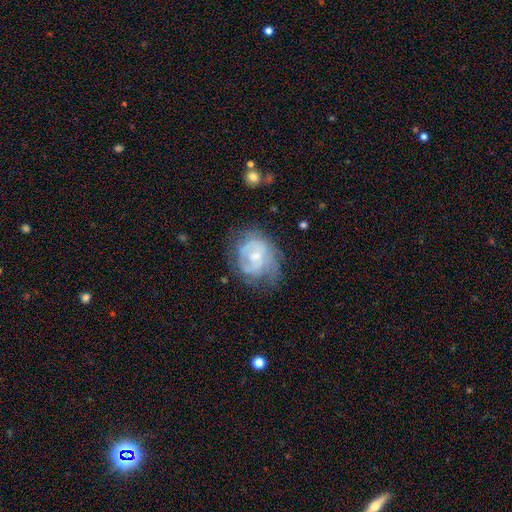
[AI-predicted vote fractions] This appears to be a featured or disk galaxy (61%) with no bar (64%), spiral arms (59%) and a small central bulge (56%). Merging: none (49%).